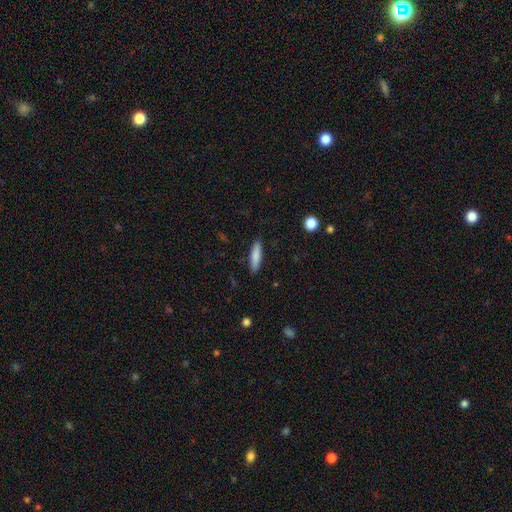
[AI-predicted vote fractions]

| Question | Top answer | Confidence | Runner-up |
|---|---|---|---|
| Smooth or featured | smooth | 81% | featured or disk (12%) |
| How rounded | cigar-shaped | 75% | in between (23%) |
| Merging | none | 89% | minor disturbance (8%) |